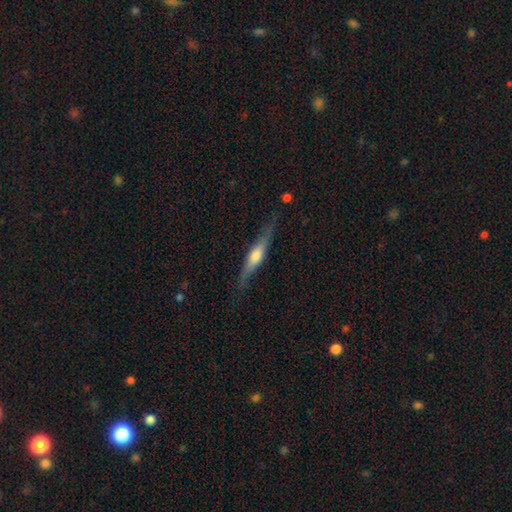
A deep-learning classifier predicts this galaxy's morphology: The model was most divided on "smooth or featured": featured or disk: 63%, smooth: 32%, star or artifact: 6%. More confident: edge-on disk — yes (94%); edge-on bulge — rounded (80%); merging — none (79%).